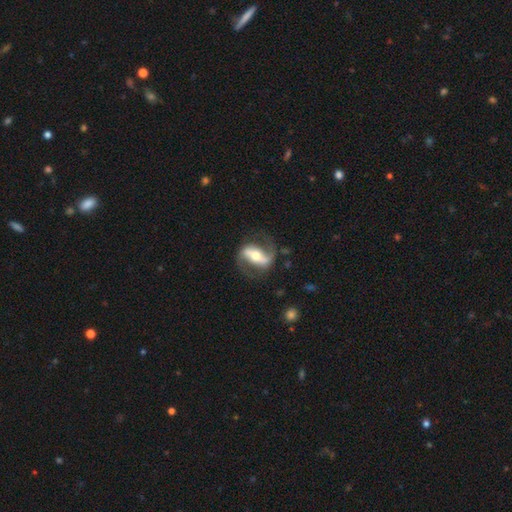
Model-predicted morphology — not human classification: Smooth or featured? featured or disk (82%)
Edge-on disk? no (92%)
Bar? strong (61%)
Spiral arms? yes (91%)
Spiral winding? loose (47%)
Spiral arm count? 2 (88%)
Bulge size? moderate (63%)
Merging? none (72%)